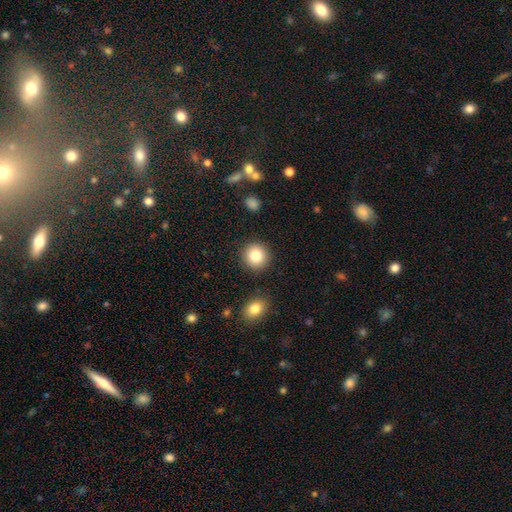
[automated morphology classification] Overall: smooth (83%). How rounded: round (91%). Merging: none (89%).